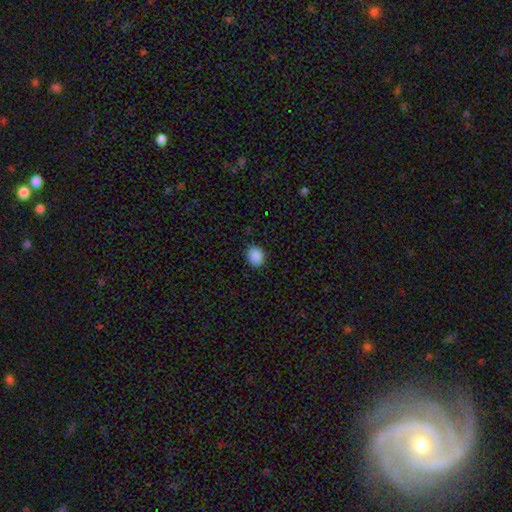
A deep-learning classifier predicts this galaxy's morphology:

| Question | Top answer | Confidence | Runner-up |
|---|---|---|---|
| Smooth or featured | smooth | 89% | star or artifact (9%) |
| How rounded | round | 55% | in between (44%) |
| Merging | none | 89% | minor disturbance (8%) |